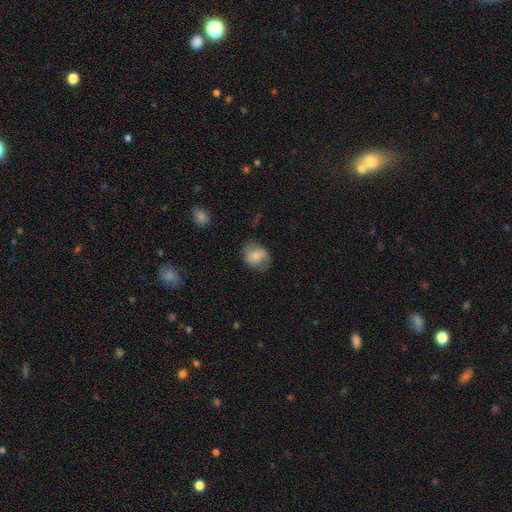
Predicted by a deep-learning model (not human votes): smooth 68%, featured or disk 24%, star or artifact 8%. Down the decision tree: how rounded — round (54%); merging — none (63%).